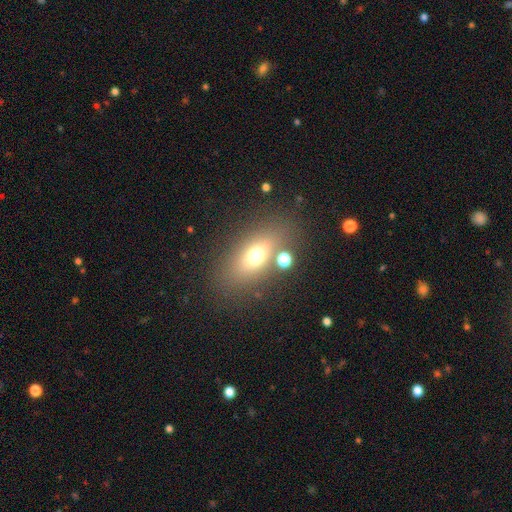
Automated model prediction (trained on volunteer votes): A smooth galaxy with no disk features (65%) that is in between round and cigar-shaped (75%).

Vote fractions:
- Smooth or featured? smooth: 65% / featured or disk: 20% / star or artifact: 15%
- How rounded? in between: 75% / round: 16% / cigar-shaped: 10%
- Merging? none: 73% / minor disturbance: 12% / merger: 9% / major disturbance: 6%